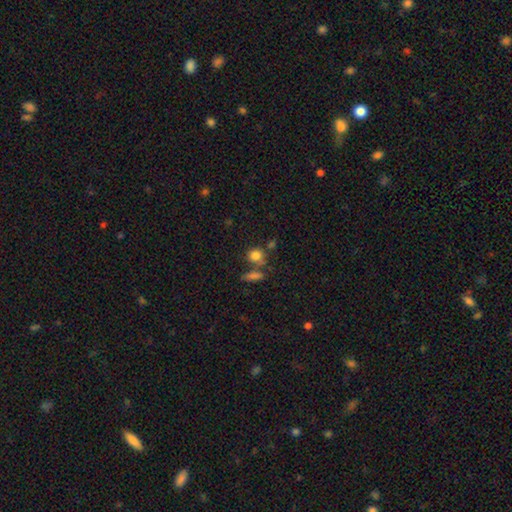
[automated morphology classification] Smooth or featured? Predicted: smooth (p=0.80). How rounded? Predicted: round (p=0.71). Merging? Predicted: none (p=0.57).